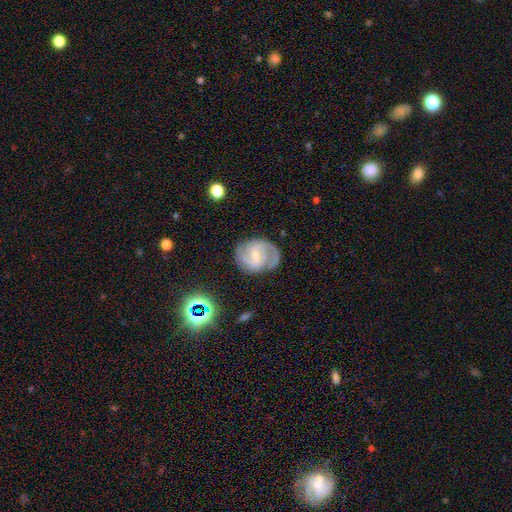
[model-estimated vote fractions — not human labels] Overall: featured or disk (84%). Edge-on disk: no (98%). Bar: weak (56%; no 24%). Spiral arms: yes (96%). Spiral arm count: 2 (71%). Spiral winding: medium (50%; tight 38%). Bulge size: small (57%; moderate 38%). Merging: none (75%).